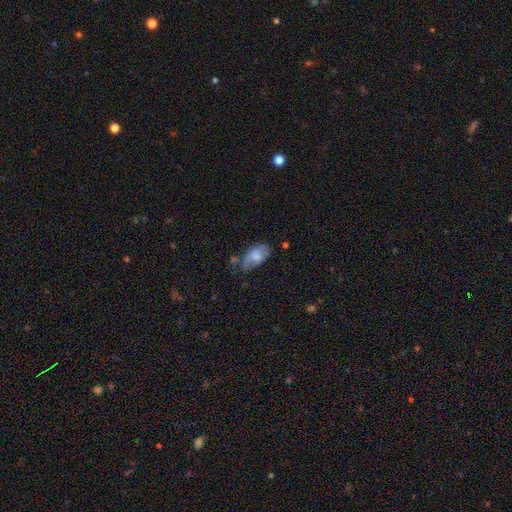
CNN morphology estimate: Overall: smooth (61%; featured or disk 31%). How rounded: in between (93%). Merging: none (43%; minor disturbance 36%).